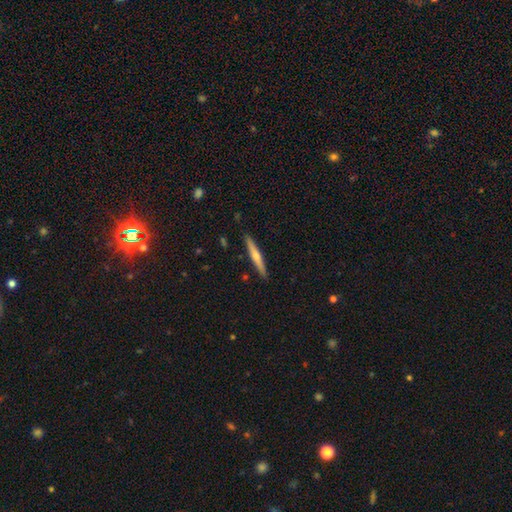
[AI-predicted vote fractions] featured or disk 61%, smooth 33%, star or artifact 6%. Down the decision tree: edge-on disk — yes (97%); edge-on bulge — rounded (77%); merging — none (91%).